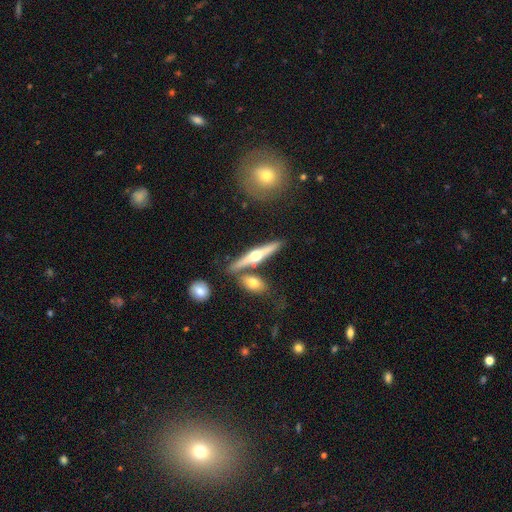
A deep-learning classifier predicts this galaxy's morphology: This appears to be a featured or disk galaxy (64%) viewed edge-on (95%) with a rounded central bulge (93%). Merging: none (71%).